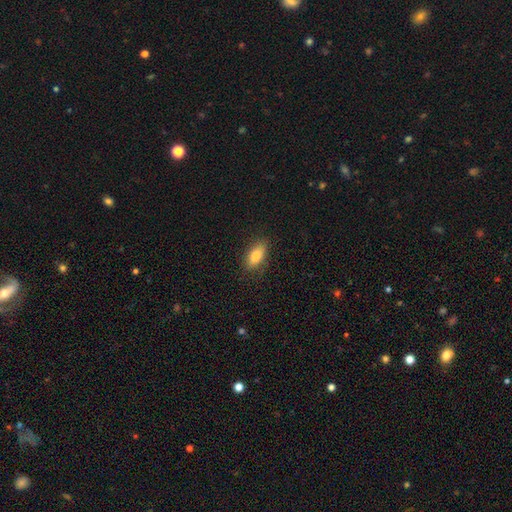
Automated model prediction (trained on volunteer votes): A smooth galaxy with no disk features (84%) that is in between round and cigar-shaped (83%).

Vote fractions:
- Smooth or featured? smooth: 84% / featured or disk: 9% / star or artifact: 7%
- How rounded? in between: 83% / cigar-shaped: 14% / round: 3%
- Merging? none: 82% / minor disturbance: 14% / major disturbance: 3% / merger: 1%